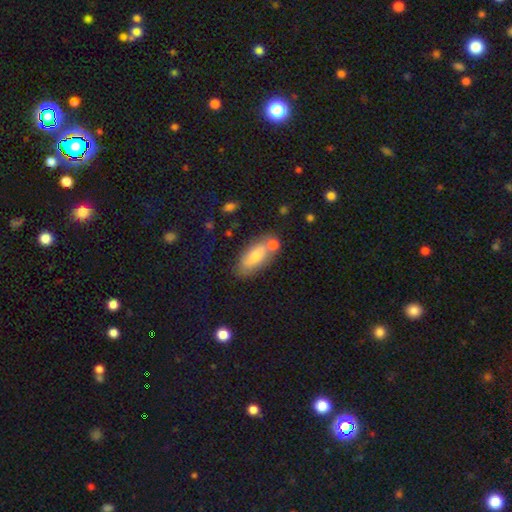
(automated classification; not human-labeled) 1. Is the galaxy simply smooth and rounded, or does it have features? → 69% smooth, 23% featured or disk, 8% star or artifact.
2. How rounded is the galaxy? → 80% in between, 17% cigar-shaped, 3% round.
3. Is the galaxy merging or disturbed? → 61% none, 19% merger, 16% minor disturbance, 5% major disturbance.